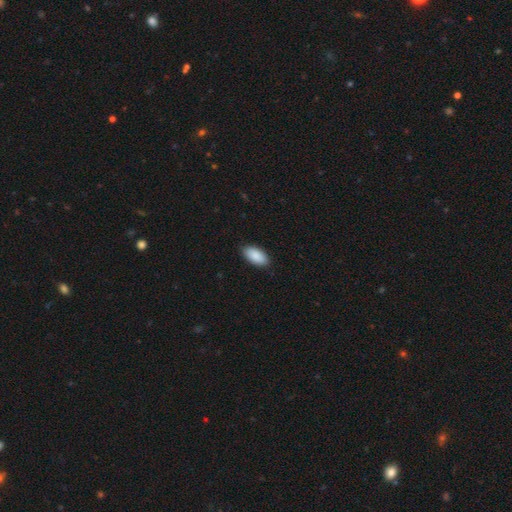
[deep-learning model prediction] smooth_or_featured: smooth (p=0.91) [alt: star or artifact p=0.06]
how_rounded: in between (p=0.95) [alt: cigar-shaped p=0.03]
merging: none (p=0.89) [alt: minor disturbance p=0.08]